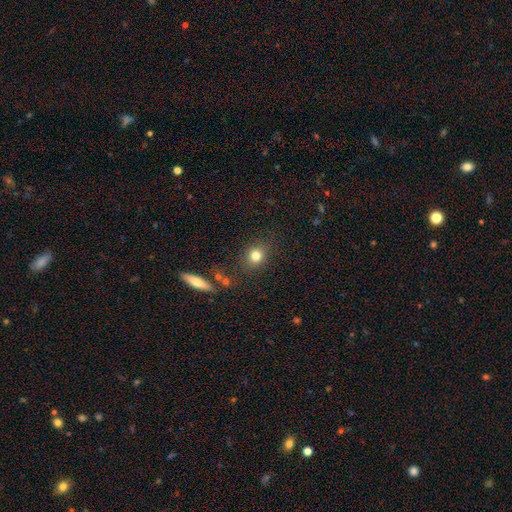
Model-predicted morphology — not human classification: Smooth or featured? Predicted: smooth (p=0.80). How rounded? Predicted: round (p=0.73). Merging? Predicted: none (p=0.81).